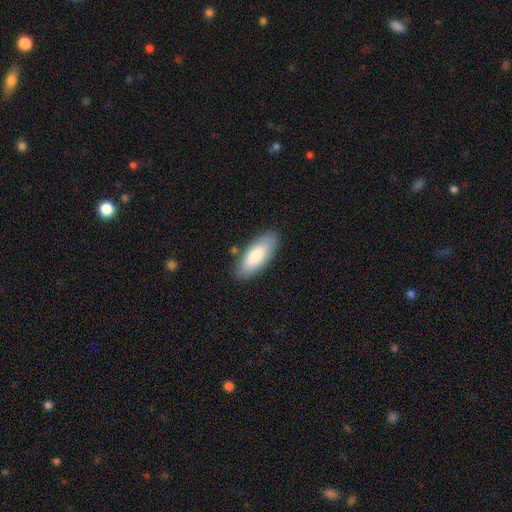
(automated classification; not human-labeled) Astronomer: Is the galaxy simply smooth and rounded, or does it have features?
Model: smooth — 79%.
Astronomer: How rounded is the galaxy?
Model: in between — 81%.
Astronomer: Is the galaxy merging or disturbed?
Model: none — 85%.